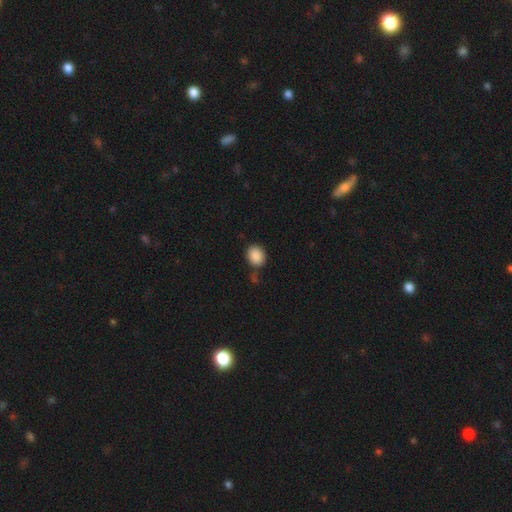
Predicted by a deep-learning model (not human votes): Q: Smooth or featured?
A: smooth (89%); runner-up: star or artifact (8%)
Q: How rounded?
A: round (54%); runner-up: in between (45%)
Q: Merging?
A: none (75%); runner-up: minor disturbance (14%)